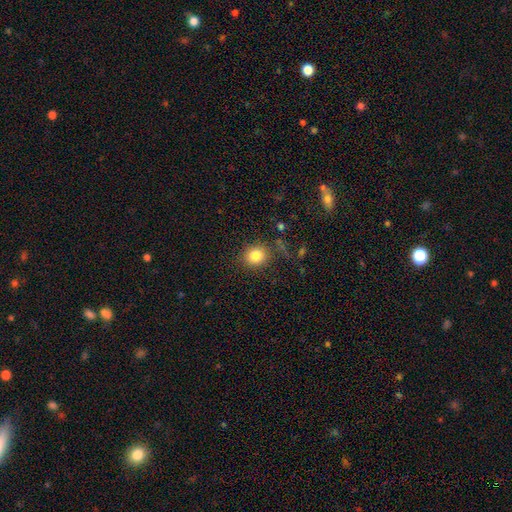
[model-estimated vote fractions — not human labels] Morphology: type=smooth (83%); roundness=round (83%); merging=none (83%).